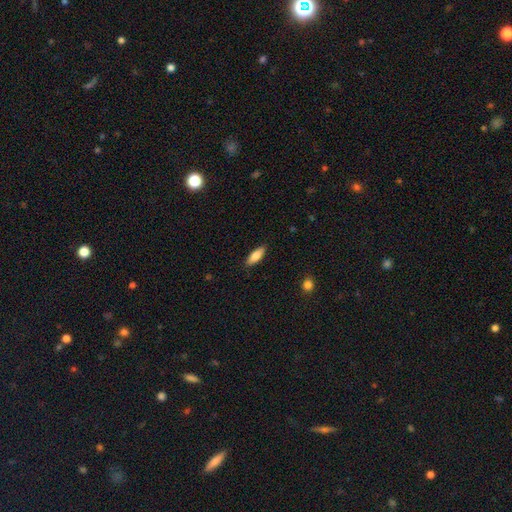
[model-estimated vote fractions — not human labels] This appears to be a smooth galaxy with no disk features (79%) that is in between round and cigar-shaped (67%). Merging: none (87%).